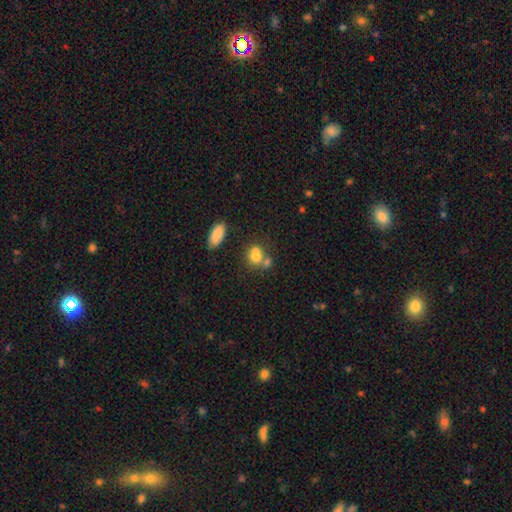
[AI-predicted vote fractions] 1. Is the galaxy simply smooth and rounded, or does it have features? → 72% smooth, 16% featured or disk, 12% star or artifact.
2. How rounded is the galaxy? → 64% round, 34% in between, 2% cigar-shaped.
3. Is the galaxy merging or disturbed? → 50% merger, 35% none, 10% minor disturbance, 5% major disturbance.